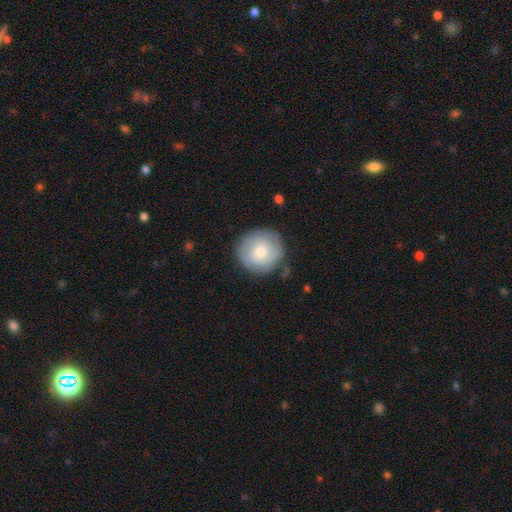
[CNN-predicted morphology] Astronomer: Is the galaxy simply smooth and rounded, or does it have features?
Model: smooth — 50% (runner-up: featured or disk, 39%).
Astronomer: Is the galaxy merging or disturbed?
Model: none — 81%.